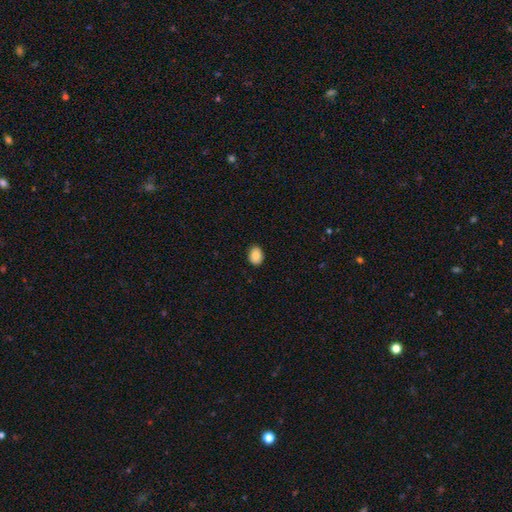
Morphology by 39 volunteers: A smooth galaxy with no disk features (87%) that is in between round and cigar-shaped (71%).

Vote fractions:
- Smooth or featured? smooth: 87% / featured or disk: 8% / star or artifact: 5%
- How rounded? in between: 71% / round: 29% / cigar-shaped: 0%
- Merging? none: 92% / minor disturbance: 8% / major disturbance: 0% / merger: 0%